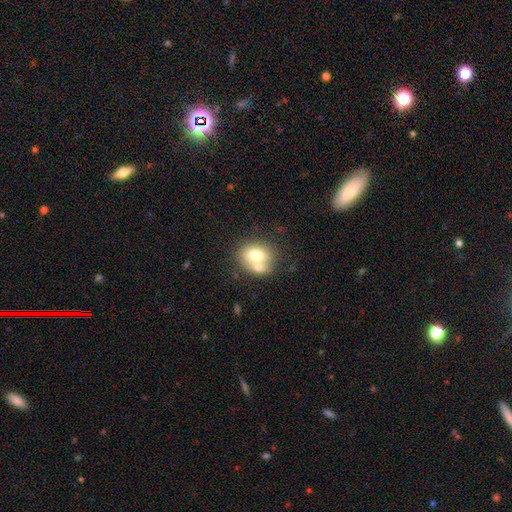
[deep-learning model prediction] smooth 69%, featured or disk 22%, star or artifact 9%. Down the decision tree: how rounded — round (54%); merging — merger (43%).